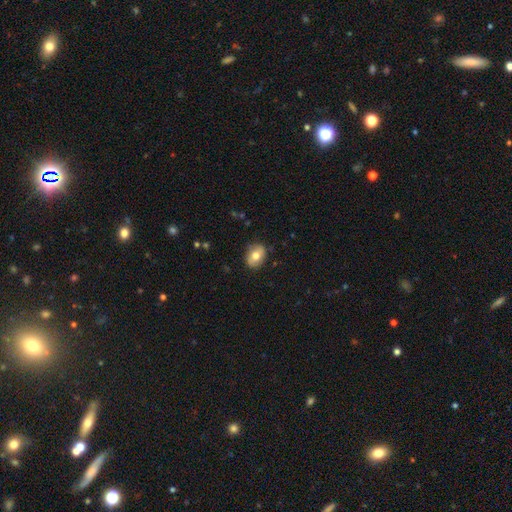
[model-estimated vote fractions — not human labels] Overall: smooth (67%). How rounded: in between (62%; round 37%). Merging: none (82%).